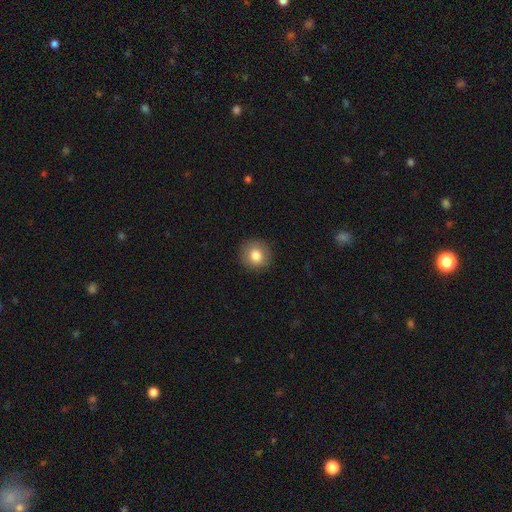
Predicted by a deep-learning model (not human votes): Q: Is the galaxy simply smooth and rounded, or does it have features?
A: smooth — 81%.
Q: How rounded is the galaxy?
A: round — 88%.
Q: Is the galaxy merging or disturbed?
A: none — 90%.